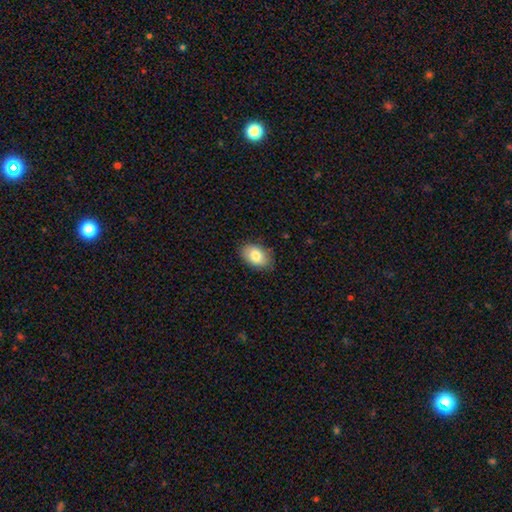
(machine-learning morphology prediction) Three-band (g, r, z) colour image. It shows a smooth galaxy with no disk features (83%) that is in between round and cigar-shaped (88%). Merging: none (86%).